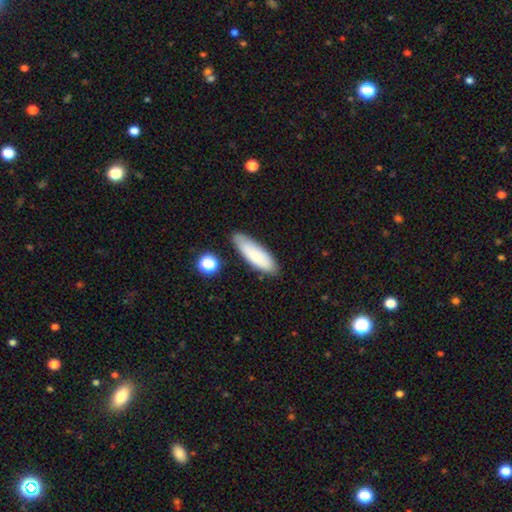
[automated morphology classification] A smooth galaxy with no disk features (81%) that is in between round and cigar-shaped (51%). Merging: none (82%).